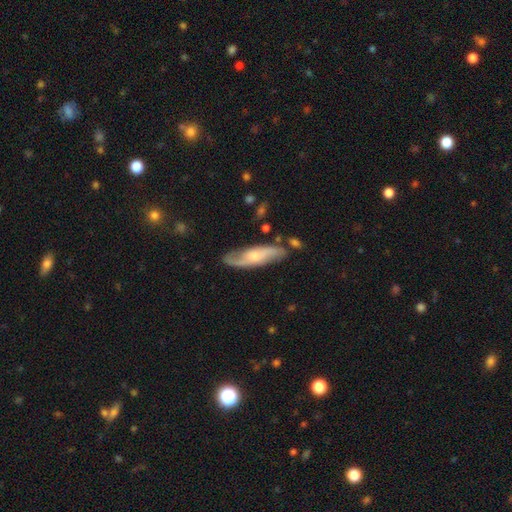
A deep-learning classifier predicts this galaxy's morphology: The model was most divided on "bulge size": moderate: 45%, small: 43%, large: 6%, none: 5%, dominant: 1%. More confident: spiral arms — yes (90%); edge-on disk — no (77%); merging — none (73%); smooth or featured — featured or disk (66%); bar — no (61%).